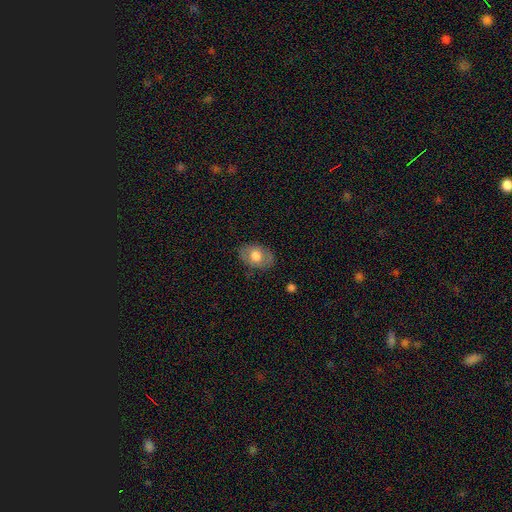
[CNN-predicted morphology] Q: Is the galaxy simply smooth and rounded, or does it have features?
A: smooth — 64%.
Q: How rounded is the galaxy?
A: in between — 81%.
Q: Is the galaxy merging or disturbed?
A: none — 79%.